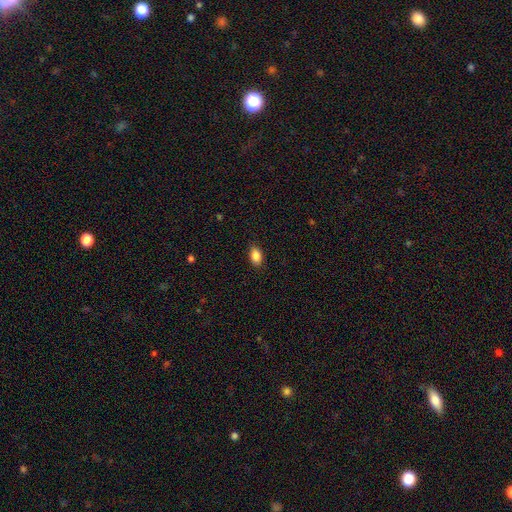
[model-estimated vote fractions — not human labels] The model was most divided on "merging": none: 87%, minor disturbance: 10%, major disturbance: 2%, merger: 1%. More confident: how rounded — in between (89%); smooth or featured — smooth (88%).